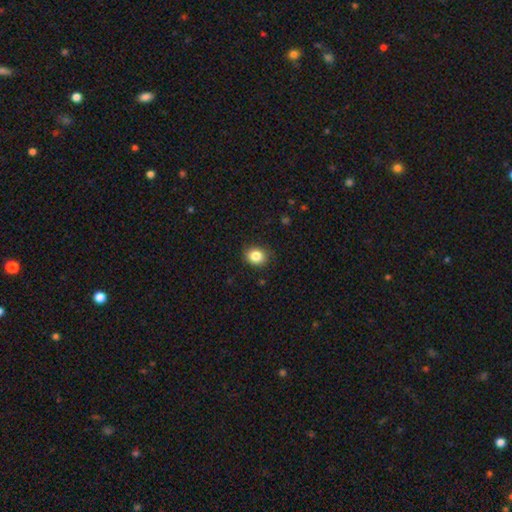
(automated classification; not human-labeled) Morphology: type=smooth (85%); roundness=round (66%); merging=none (88%).